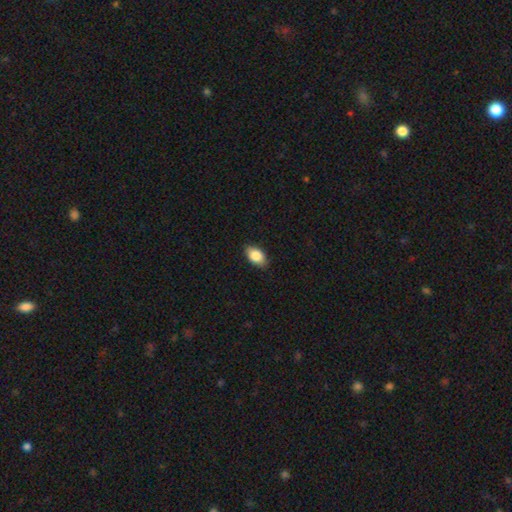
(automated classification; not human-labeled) This is clearly a smooth galaxy (85%). How rounded: clearly in between (91%). Merging: clearly none (87%).